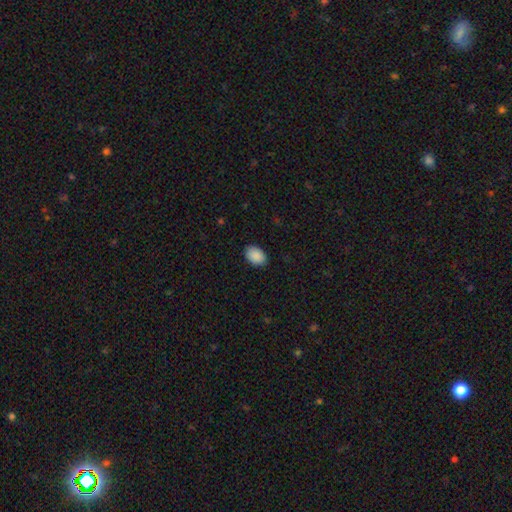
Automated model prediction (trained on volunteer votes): A smooth galaxy with no disk features (91%) that is in between round and cigar-shaped (82%).

Vote fractions:
- Smooth or featured? smooth: 91% / star or artifact: 7% / featured or disk: 3%
- How rounded? in between: 82% / round: 17% / cigar-shaped: 1%
- Merging? none: 89% / minor disturbance: 9% / major disturbance: 2% / merger: 1%